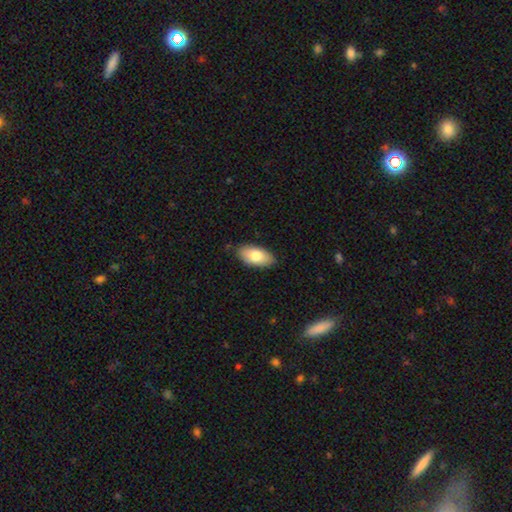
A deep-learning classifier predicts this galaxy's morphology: smooth_or_featured: smooth (p=0.78) [alt: featured or disk p=0.16]
how_rounded: in between (p=0.93) [alt: cigar-shaped p=0.04]
merging: none (p=0.85) [alt: minor disturbance p=0.12]